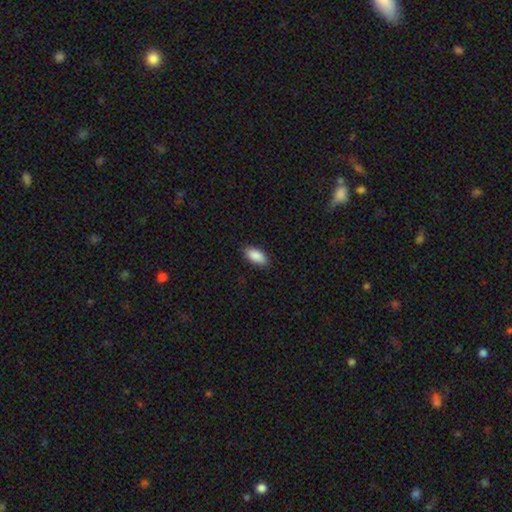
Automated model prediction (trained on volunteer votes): Smooth or featured?
  - smooth: 90% *
  - star or artifact: 6%
  - featured or disk: 4%
How rounded?
  - in between: 92% *
  - cigar-shaped: 6%
  - round: 2%
Merging?
  - none: 87% *
  - minor disturbance: 10%
  - major disturbance: 2%
  - merger: 1%